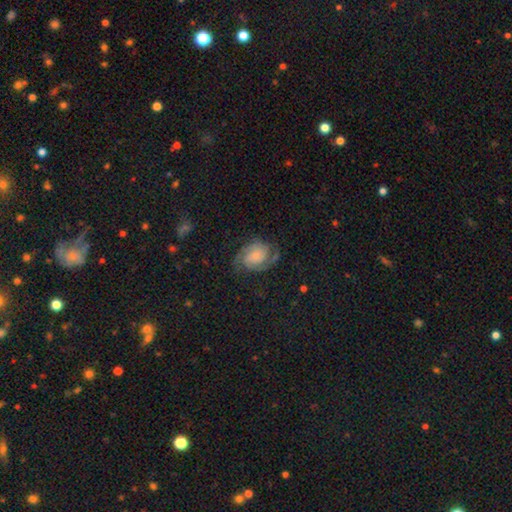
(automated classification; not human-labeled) featured or disk 77%, smooth 15%, star or artifact 8%. Down the decision tree: edge-on disk — no (98%); bar — no (66%); spiral arms — yes (96%); spiral arm count — 2 (81%); spiral winding — medium (45%); bulge size — small (36%); merging — none (70%).